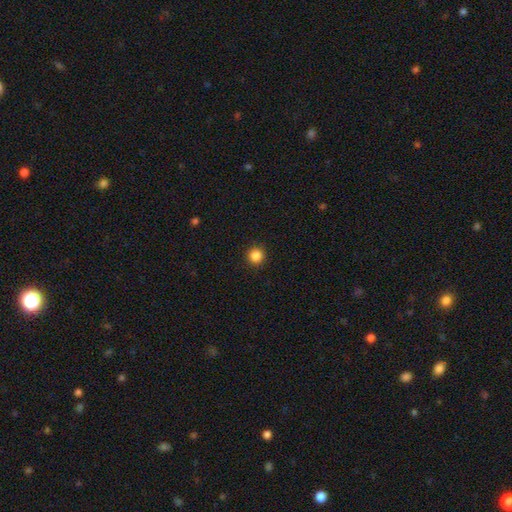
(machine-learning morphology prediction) Overall: smooth (86%). How rounded: round (96%). Merging: none (93%).